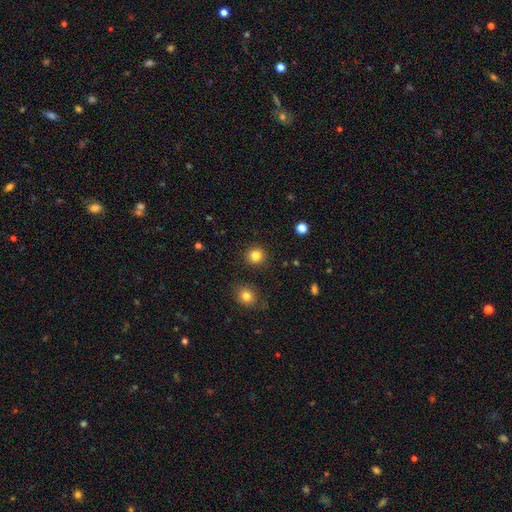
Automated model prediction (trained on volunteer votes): The model was most divided on "smooth or featured": smooth: 83%, star or artifact: 12%, featured or disk: 5%. More confident: how rounded — round (92%); merging — none (91%).